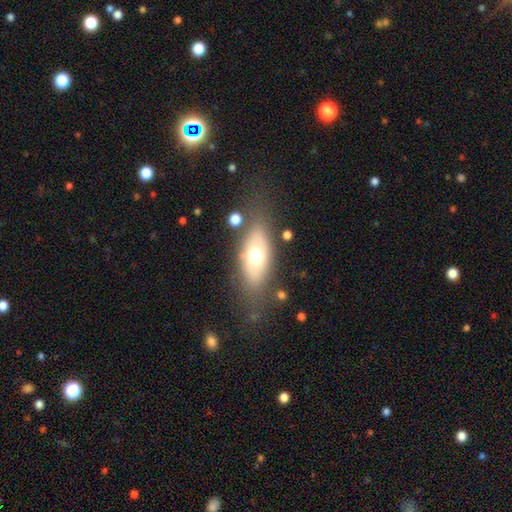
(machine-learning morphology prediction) Smooth or featured? smooth (60%)
How rounded? in between (78%)
Merging? none (72%)